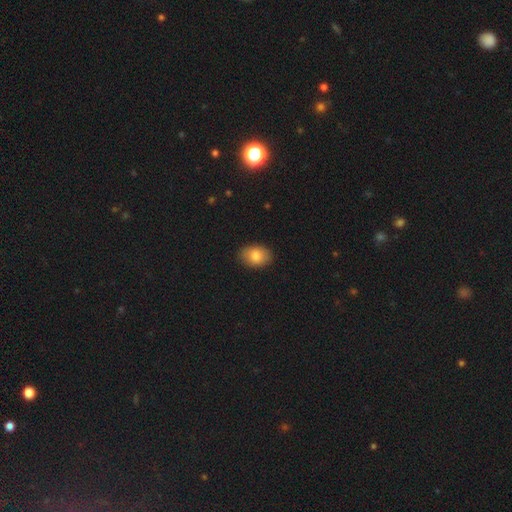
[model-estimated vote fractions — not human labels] Smooth or featured? Predicted: smooth (p=0.83). How rounded? Predicted: in between (p=0.80). Merging? Predicted: none (p=0.88).